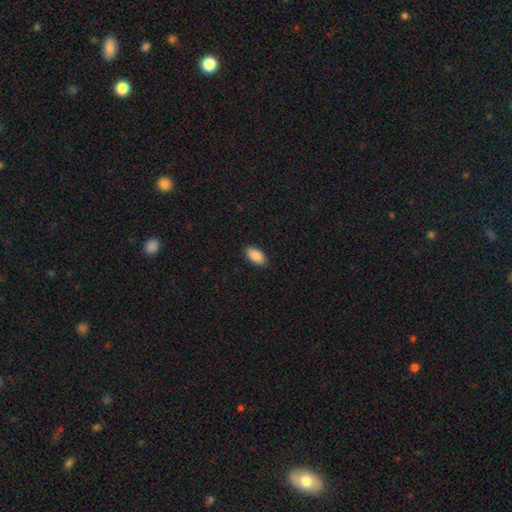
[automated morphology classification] A smooth galaxy with no disk features (89%) that is in between round and cigar-shaped (94%).

Vote fractions:
- Smooth or featured? smooth: 89% / star or artifact: 7% / featured or disk: 4%
- How rounded? in between: 94% / round: 3% / cigar-shaped: 3%
- Merging? none: 86% / minor disturbance: 11% / major disturbance: 2% / merger: 1%